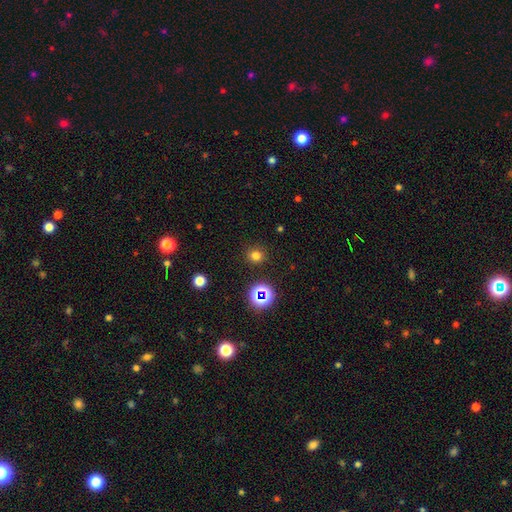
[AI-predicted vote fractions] This appears to be a smooth galaxy with no disk features (73%) that is round (89%). Merging: none (89%).